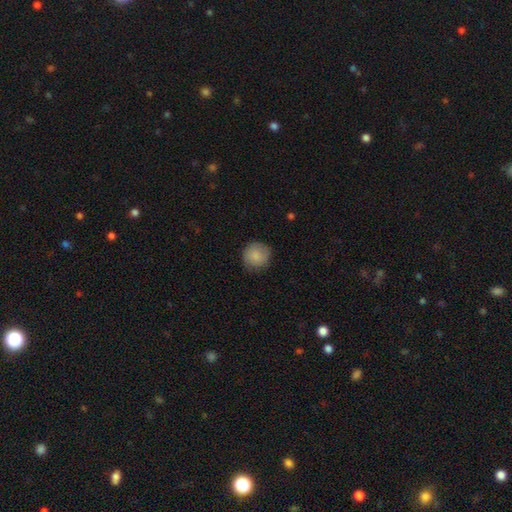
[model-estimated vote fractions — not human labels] smooth_or_featured: smooth (p=0.87) [alt: star or artifact p=0.07]
how_rounded: round (p=0.93) [alt: in between p=0.06]
merging: none (p=0.83) [alt: minor disturbance p=0.13]